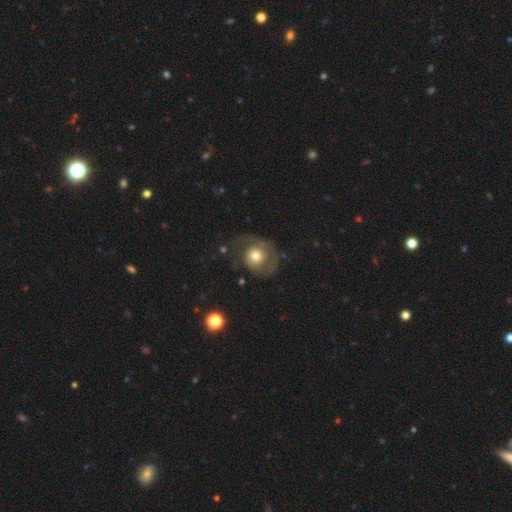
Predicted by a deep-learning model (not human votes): Q: Smooth or featured?
A: featured or disk (47%); runner-up: smooth (45%)
Q: Merging?
A: none (46%); runner-up: major disturbance (30%)